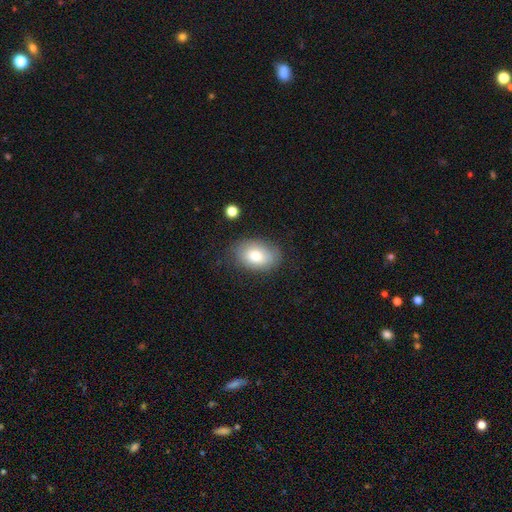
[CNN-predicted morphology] type=smooth (77%); roundness=in between (85%); merging=none (79%).